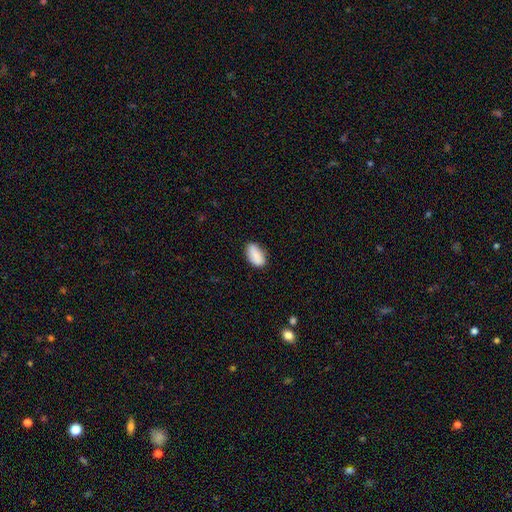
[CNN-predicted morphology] Smooth or featured? Predicted: smooth (p=0.87). How rounded? Predicted: in between (p=0.92). Merging? Predicted: none (p=0.77).